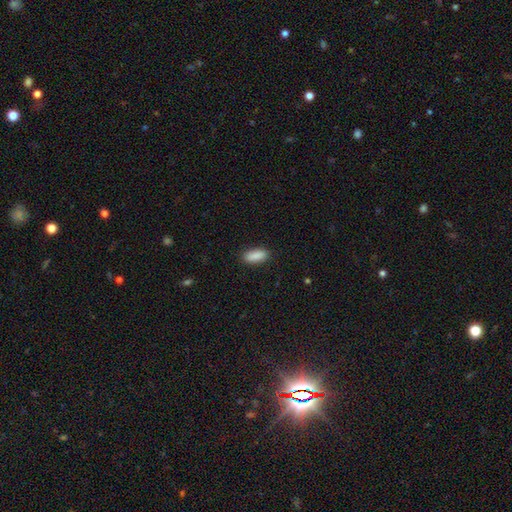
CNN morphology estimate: Q: Smooth or featured?
A: smooth (89%); runner-up: star or artifact (7%)
Q: How rounded?
A: in between (80%); runner-up: cigar-shaped (18%)
Q: Merging?
A: none (88%); runner-up: minor disturbance (9%)